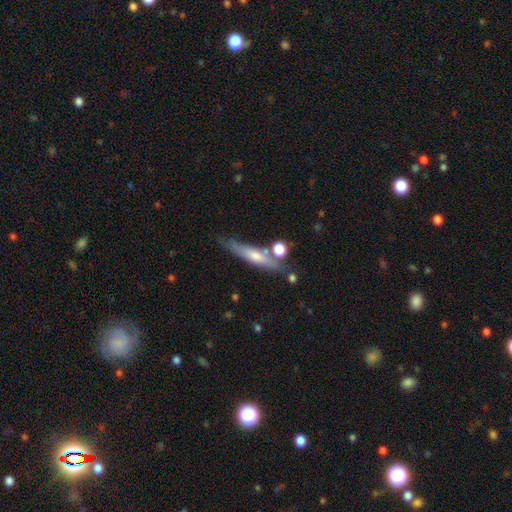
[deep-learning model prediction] Smooth or featured: featured or disk — 49% (smooth — 43%)
Merging: none — 67% (minor disturbance — 17%)